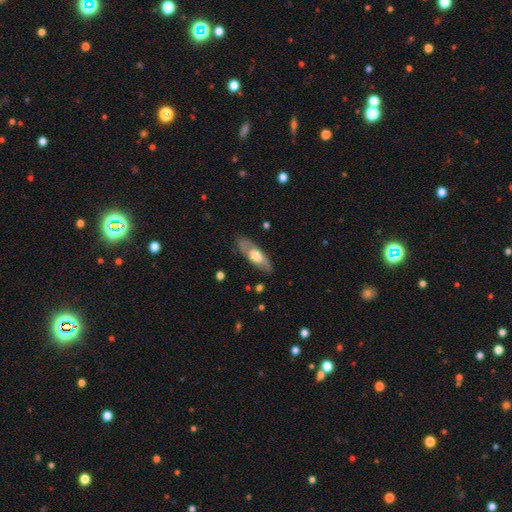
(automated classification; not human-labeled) Smooth or featured? featured or disk (48%)
Merging? none (80%)